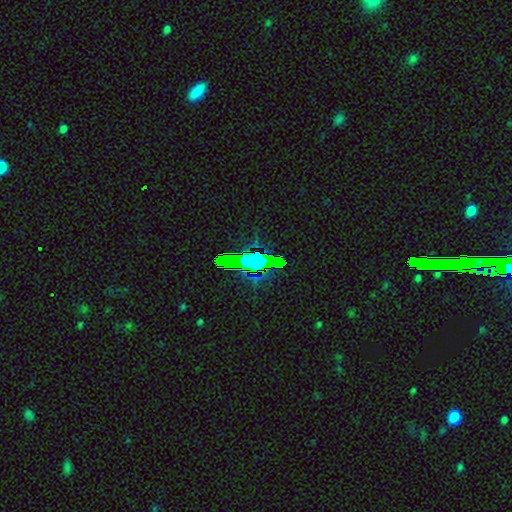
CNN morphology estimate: The model was most divided on "smooth or featured": star or artifact: 62%, smooth: 23%, featured or disk: 15%.